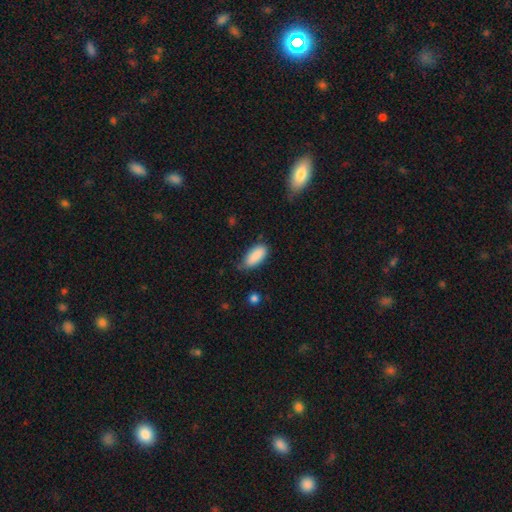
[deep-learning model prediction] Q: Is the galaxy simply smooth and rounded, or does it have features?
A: smooth — 89%.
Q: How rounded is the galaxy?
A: in between — 86%.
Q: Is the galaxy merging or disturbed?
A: none — 68%.